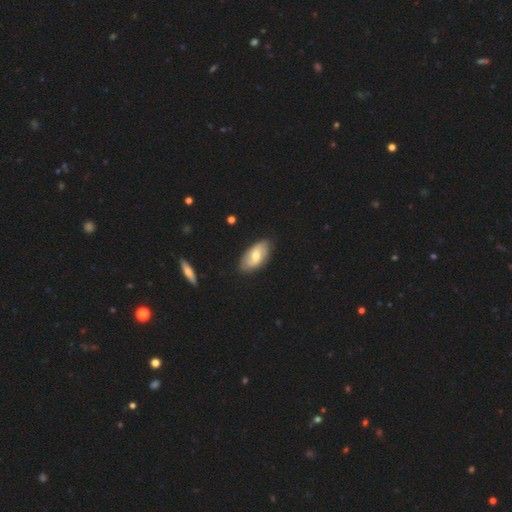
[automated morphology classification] This is possibly a featured or disk galaxy (51%). It is clearly not viewed edge-on (91%). Merging: clearly none (82%).